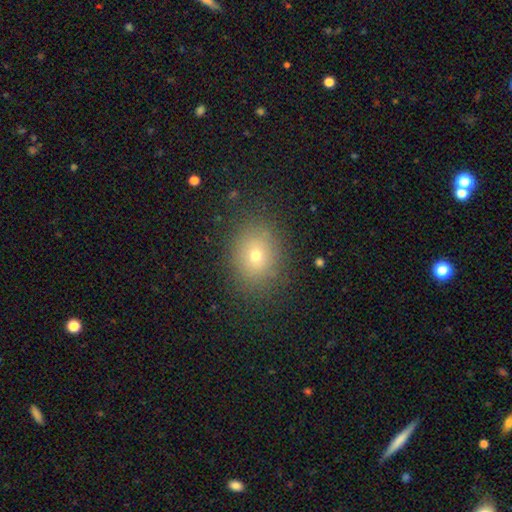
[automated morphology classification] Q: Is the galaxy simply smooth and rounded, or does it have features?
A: smooth — 69%.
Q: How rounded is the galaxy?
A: round — 52%.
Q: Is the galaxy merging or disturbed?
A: none — 85%.